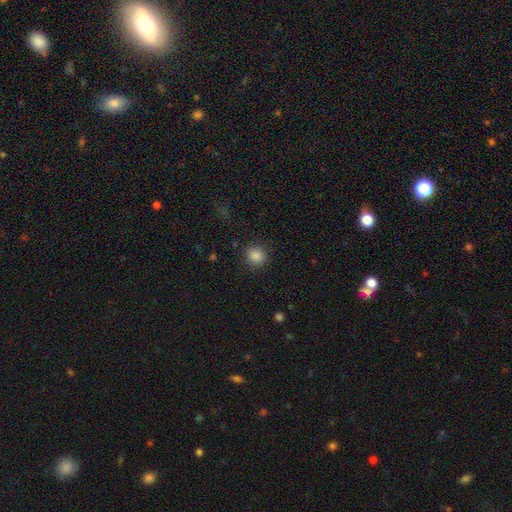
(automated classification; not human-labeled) Smooth or featured?
  - smooth: 86% *
  - star or artifact: 10%
  - featured or disk: 3%
How rounded?
  - round: 88% *
  - in between: 11%
  - cigar-shaped: 1%
Merging?
  - none: 89% *
  - minor disturbance: 7%
  - major disturbance: 3%
  - merger: 1%